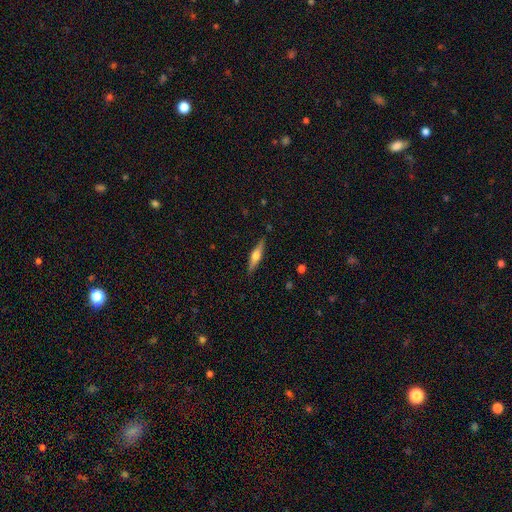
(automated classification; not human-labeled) A featured or disk galaxy (62%) viewed edge-on (96%) with a rounded central bulge (91%).

Vote fractions:
- Smooth or featured? featured or disk: 62% / smooth: 32% / star or artifact: 6%
- Edge-on disk? yes: 96% / no: 4%
- Edge-on bulge? rounded: 91% / boxy: 6% / none: 3%
- Merging? none: 88% / minor disturbance: 9% / major disturbance: 2% / merger: 1%